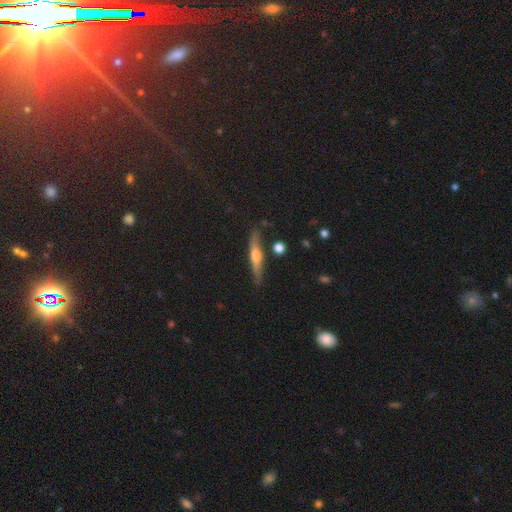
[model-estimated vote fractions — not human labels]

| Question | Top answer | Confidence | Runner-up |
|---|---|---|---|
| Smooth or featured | featured or disk | 58% | smooth (35%) |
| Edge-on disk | yes | 93% | no (7%) |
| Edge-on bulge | rounded | 82% | none (9%) |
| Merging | none | 83% | minor disturbance (12%) |